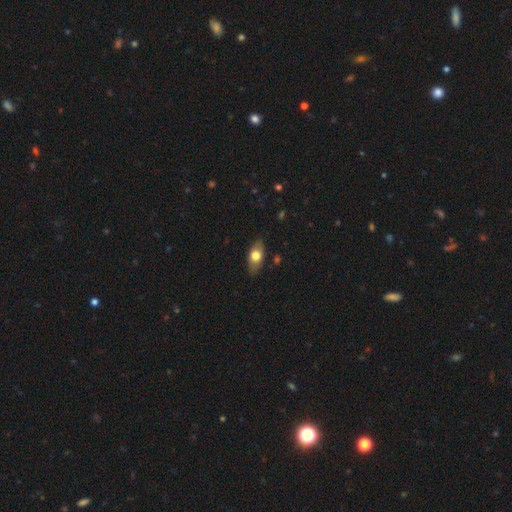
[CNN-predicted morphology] This is likely a smooth galaxy (67%). How rounded: clearly in between (86%). Merging: clearly none (82%).